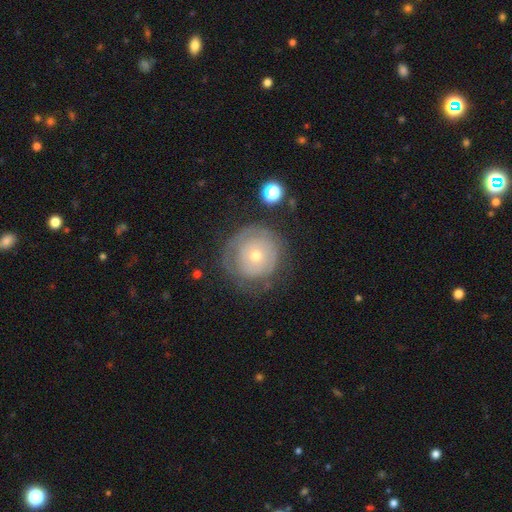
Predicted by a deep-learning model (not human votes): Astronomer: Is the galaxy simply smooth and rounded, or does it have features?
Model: featured or disk — 54% (runner-up: smooth, 38%).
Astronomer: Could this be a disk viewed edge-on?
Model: no — 97%.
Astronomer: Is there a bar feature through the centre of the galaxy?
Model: no — 89%.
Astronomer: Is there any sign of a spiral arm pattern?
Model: no — 50%, tied with yes at 50%.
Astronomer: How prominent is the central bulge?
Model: small — 60% (runner-up: moderate, 36%).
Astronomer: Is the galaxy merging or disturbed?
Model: none — 67%.